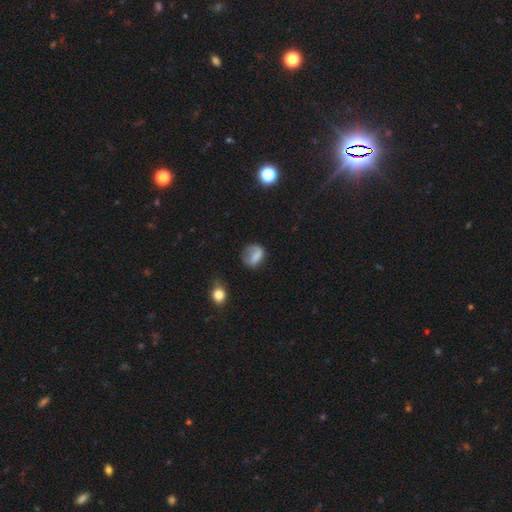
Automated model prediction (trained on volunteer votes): Overall: smooth (71%). How rounded: round (58%; in between 39%). Merging: none (49%; minor disturbance 27%).